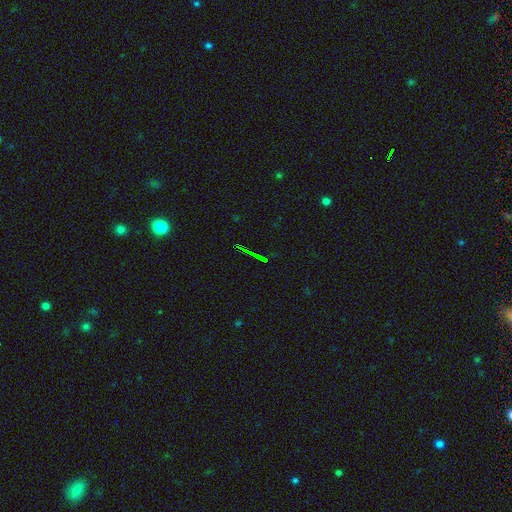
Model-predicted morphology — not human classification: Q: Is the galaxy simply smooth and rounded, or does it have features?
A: star or artifact — 65%.